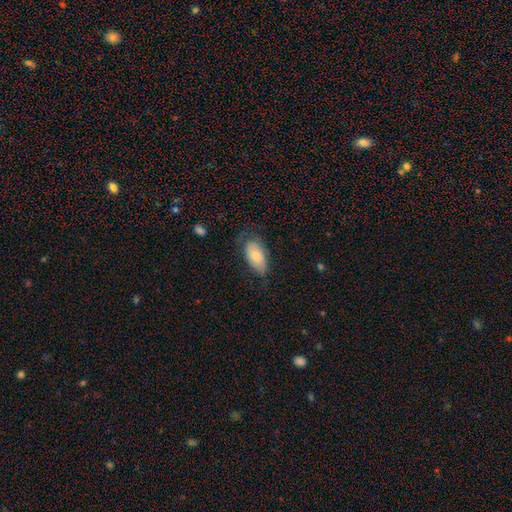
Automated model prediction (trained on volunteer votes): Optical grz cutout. It shows a smooth galaxy with no disk features (73%) that is in between round and cigar-shaped (94%). Merging: none (61%).